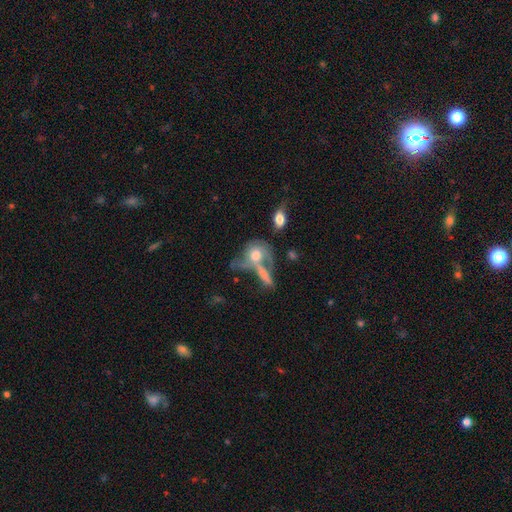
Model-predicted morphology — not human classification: Q: Smooth or featured?
A: smooth (48%); runner-up: featured or disk (42%)
Q: Merging?
A: merger (50%); runner-up: major disturbance (20%)